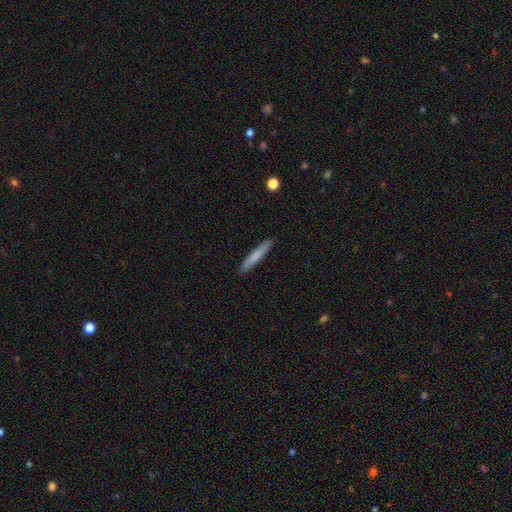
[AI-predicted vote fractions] smooth_or_featured: smooth (p=0.73) [alt: featured or disk p=0.22]
how_rounded: cigar-shaped (p=0.94) [alt: in between p=0.05]
merging: none (p=0.90) [alt: minor disturbance p=0.07]